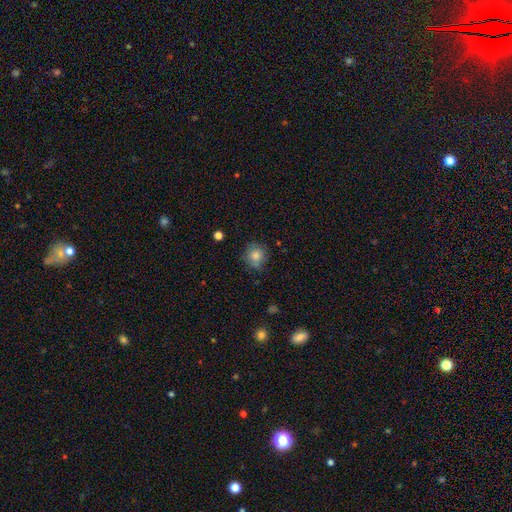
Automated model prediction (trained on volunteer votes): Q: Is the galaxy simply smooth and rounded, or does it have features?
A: smooth — 76%.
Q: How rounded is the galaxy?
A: round — 85%.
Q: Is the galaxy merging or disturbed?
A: none — 75%.